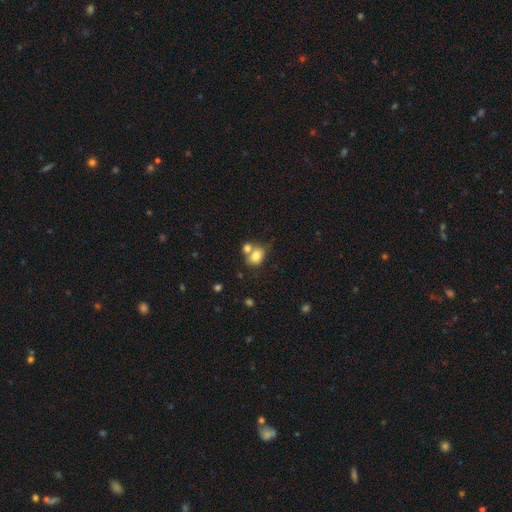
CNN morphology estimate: This is likely a smooth galaxy (79%). How rounded: likely in between (71%). Merging: possibly merger (45%).